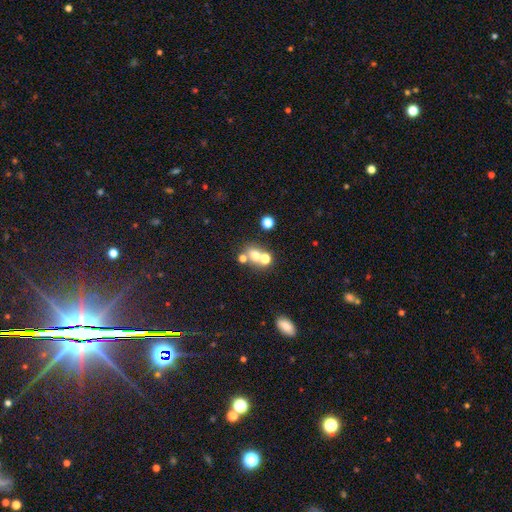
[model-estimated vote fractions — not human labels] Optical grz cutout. It shows a smooth galaxy with no disk features (63%) that is round (63%). Merging: merger (44%, tied with none).